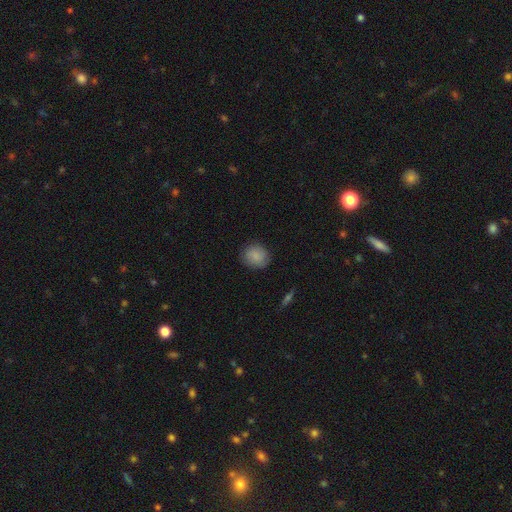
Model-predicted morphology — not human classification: A smooth galaxy with no disk features (87%) that is round (79%). Merging: none (86%).